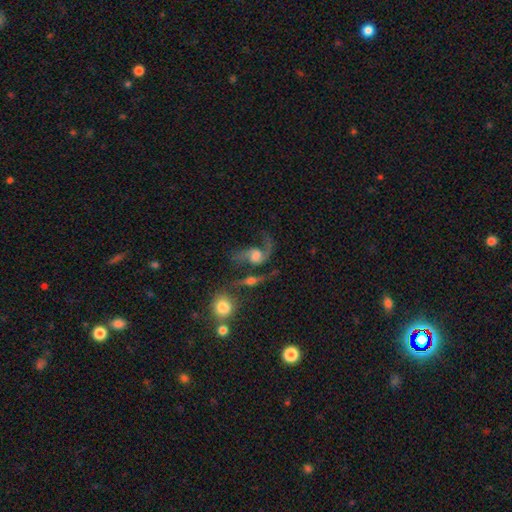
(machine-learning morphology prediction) Smooth or featured? Predicted: featured or disk (p=0.78). Edge-on disk? Predicted: no (p=0.97). Bar? Predicted: no (p=0.55). Spiral arms? Predicted: yes (p=0.93). Spiral winding? Predicted: loose (p=0.66). Spiral arm count? Predicted: 2 (p=0.77). Bulge size? Predicted: moderate (p=0.42). Merging? Predicted: none (p=0.32).